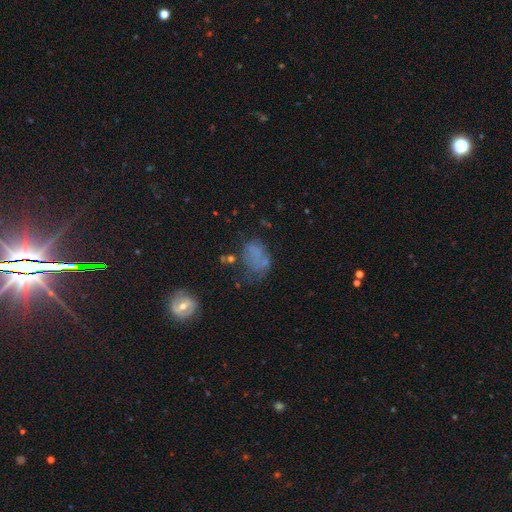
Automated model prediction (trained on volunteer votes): A smooth galaxy with no disk features (50%) that is in between round and cigar-shaped (72%). Merging: none (35%).